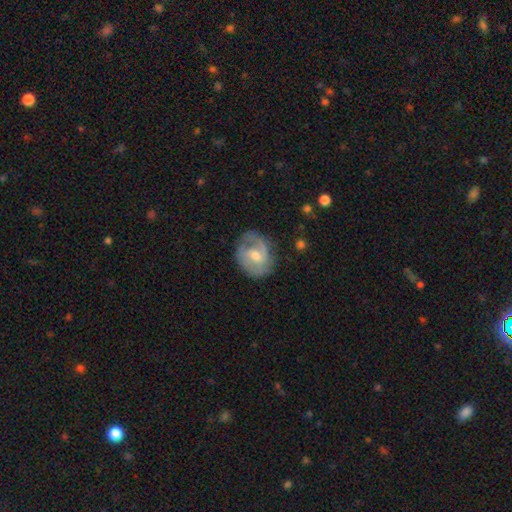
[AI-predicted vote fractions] Smooth or featured? featured or disk (73%)
Edge-on disk? no (97%)
Bar? weak (54%)
Spiral arms? yes (88%)
Spiral winding? medium (45%)
Spiral arm count? 2 (67%)
Bulge size? moderate (63%)
Merging? none (68%)